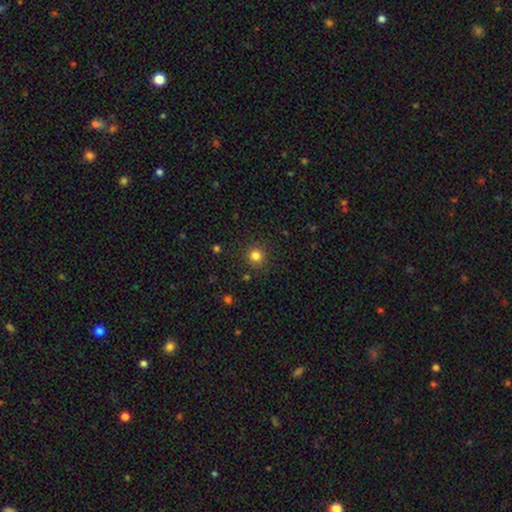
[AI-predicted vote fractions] Overall: smooth (82%). How rounded: round (94%). Merging: none (89%).